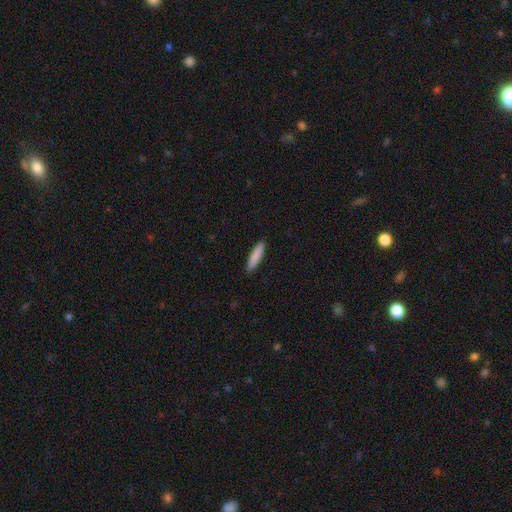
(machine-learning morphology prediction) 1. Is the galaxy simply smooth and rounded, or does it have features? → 86% smooth, 8% featured or disk, 6% star or artifact.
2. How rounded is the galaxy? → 82% cigar-shaped, 16% in between, 1% round.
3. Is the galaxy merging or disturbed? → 90% none, 7% minor disturbance, 2% major disturbance, 1% merger.